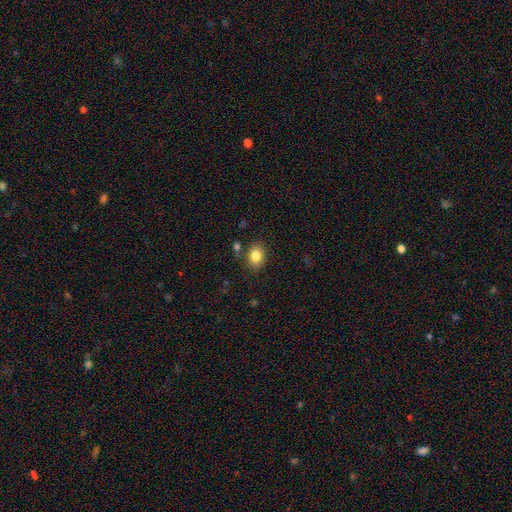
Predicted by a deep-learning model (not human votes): Smooth or featured?
  - smooth: 84% *
  - star or artifact: 9%
  - featured or disk: 7%
How rounded?
  - in between: 64% *
  - round: 35%
  - cigar-shaped: 1%
Merging?
  - none: 81% *
  - minor disturbance: 12%
  - merger: 5%
  - major disturbance: 3%